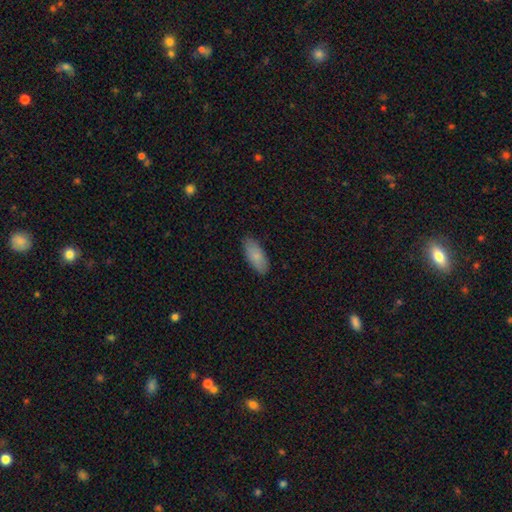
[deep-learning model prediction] A smooth galaxy with no disk features (84%) that is in between round and cigar-shaped (86%).

Vote fractions:
- Smooth or featured? smooth: 84% / featured or disk: 10% / star or artifact: 6%
- How rounded? in between: 86% / cigar-shaped: 13% / round: 2%
- Merging? none: 86% / minor disturbance: 11% / major disturbance: 2% / merger: 1%